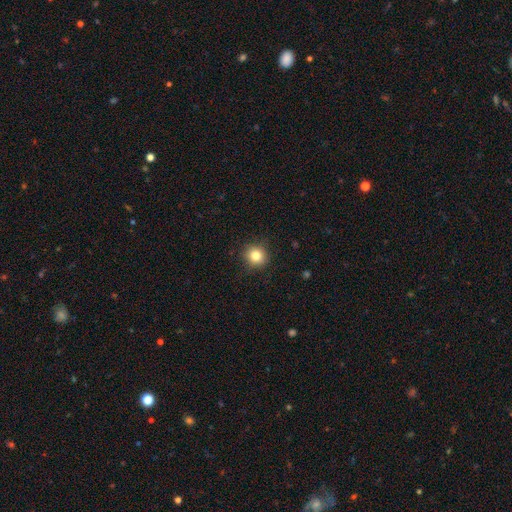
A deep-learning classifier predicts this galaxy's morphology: smooth 82%, star or artifact 11%, featured or disk 7%. Down the decision tree: how rounded — round (92%); merging — none (90%).